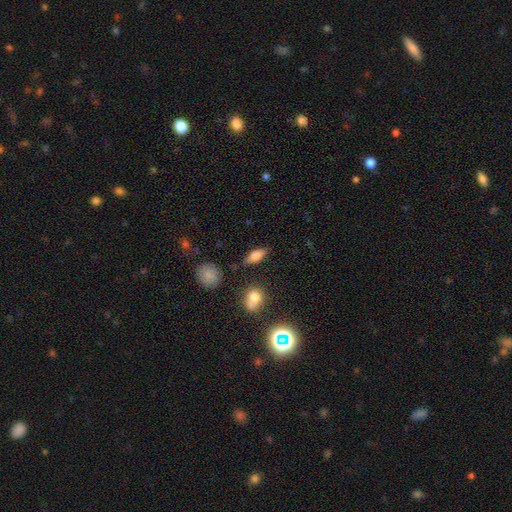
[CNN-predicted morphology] smooth_or_featured: smooth (p=0.68) [alt: featured or disk p=0.23]
how_rounded: in between (p=0.71) [alt: cigar-shaped p=0.23]
merging: none (p=0.81) [alt: minor disturbance p=0.12]